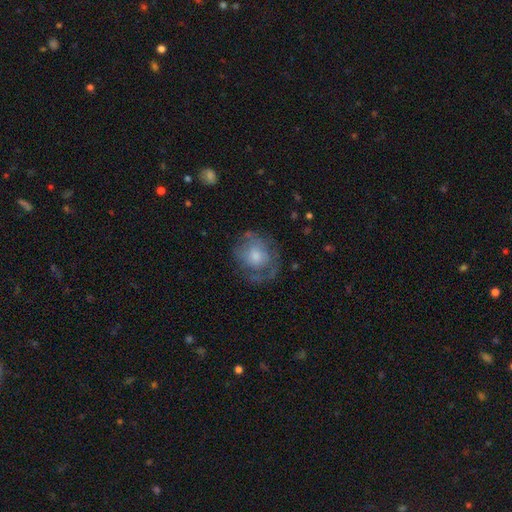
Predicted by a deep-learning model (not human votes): Overall: smooth (46%, tied with featured or disk). Merging: none (52%; major disturbance 24%).